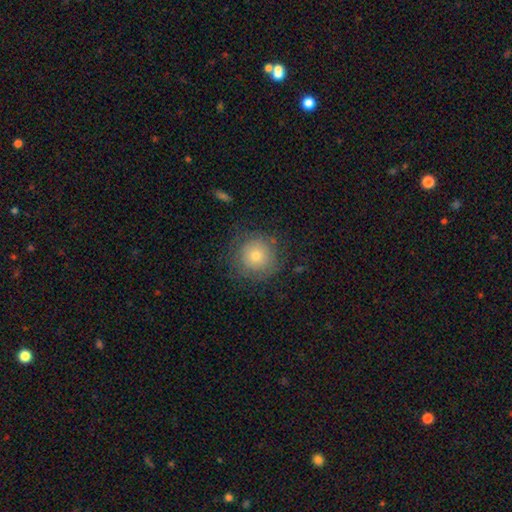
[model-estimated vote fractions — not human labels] A smooth galaxy with no disk features (68%) that is round (94%). Merging: none (77%).